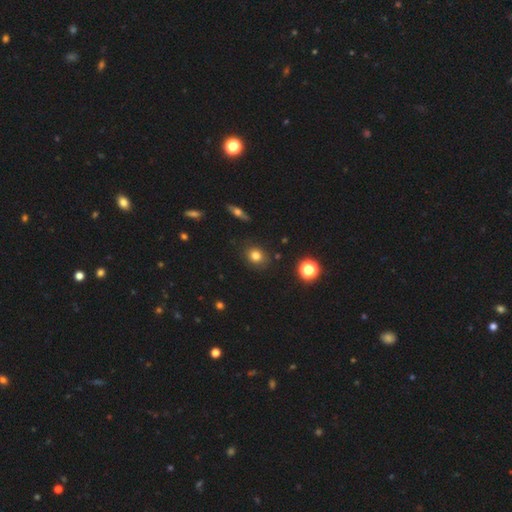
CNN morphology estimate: smooth 77%, star or artifact 14%, featured or disk 9%. Down the decision tree: how rounded — round (69%); merging — none (85%).